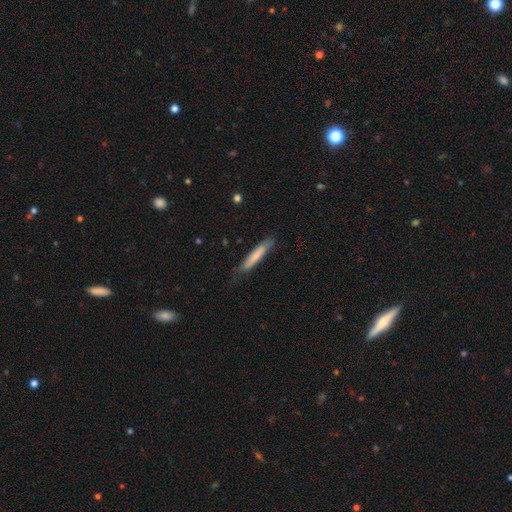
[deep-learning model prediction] This is likely a smooth galaxy (71%). How rounded: clearly cigar-shaped (92%). Merging: likely none (76%).